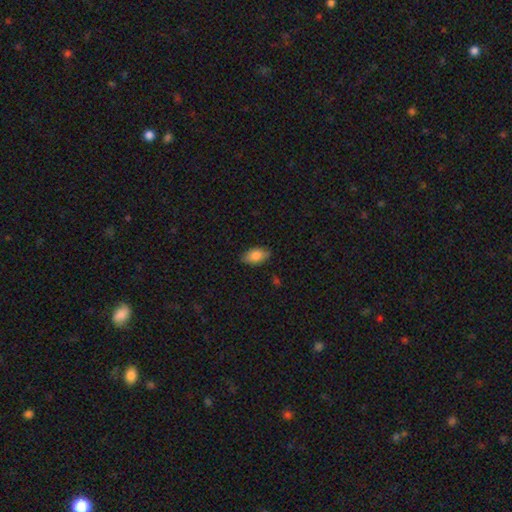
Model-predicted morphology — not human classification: Overall: smooth (82%). How rounded: in between (91%). Merging: none (83%).